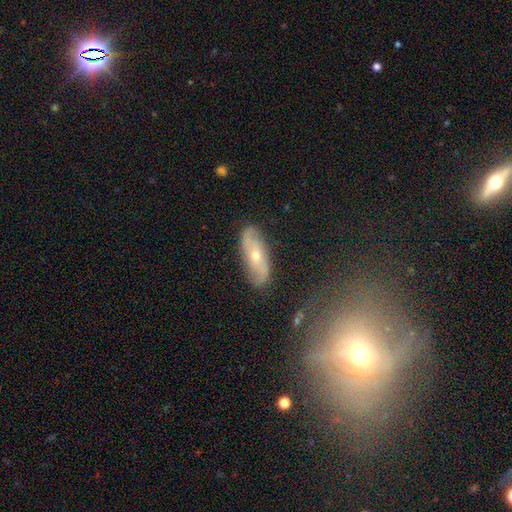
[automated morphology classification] A featured or disk galaxy (64%) with no bar (65%), spiral arms (75%) and a small central bulge (57%).

Vote fractions:
- Smooth or featured? featured or disk: 64% / smooth: 28% / star or artifact: 8%
- Edge-on disk? no: 81% / yes: 19%
- Bar? no: 65% / weak: 24% / strong: 12%
- Spiral arms? yes: 75% / no: 25%
- Bulge size? small: 57% / moderate: 40% / large: 1% / none: 1% / dominant: 1%
- Merging? none: 80% / minor disturbance: 14% / major disturbance: 4% / merger: 2%